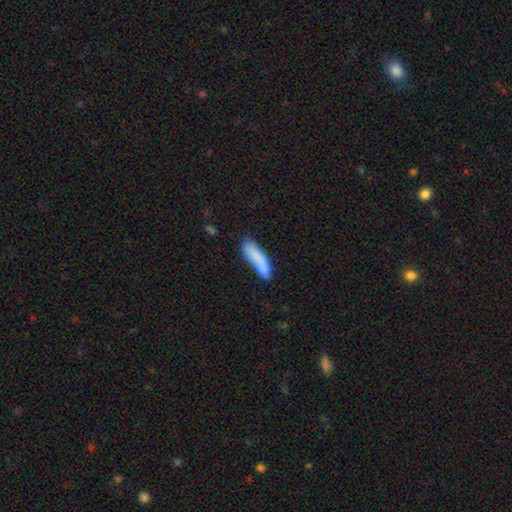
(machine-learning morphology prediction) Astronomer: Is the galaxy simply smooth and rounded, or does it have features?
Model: smooth — 79%.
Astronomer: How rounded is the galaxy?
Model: cigar-shaped — 59% (runner-up: in between, 39%).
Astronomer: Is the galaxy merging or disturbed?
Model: none — 50% (runner-up: minor disturbance, 28%).